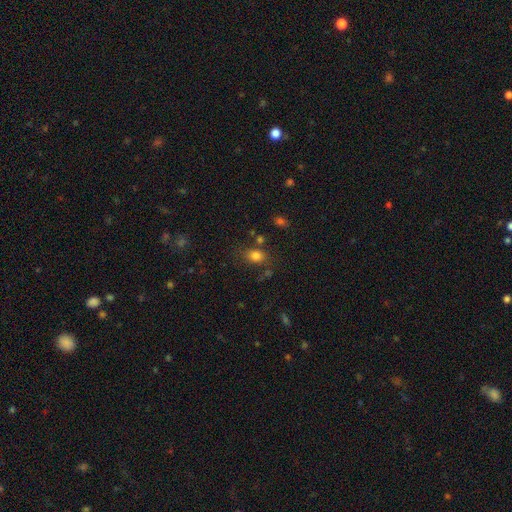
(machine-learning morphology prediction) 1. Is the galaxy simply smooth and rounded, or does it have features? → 80% smooth, 13% star or artifact, 7% featured or disk.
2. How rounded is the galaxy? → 68% in between, 31% round, 2% cigar-shaped.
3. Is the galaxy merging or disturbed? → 71% none, 15% minor disturbance, 7% merger, 6% major disturbance.